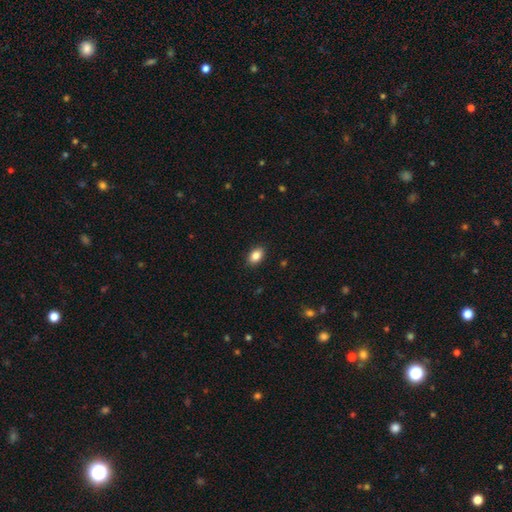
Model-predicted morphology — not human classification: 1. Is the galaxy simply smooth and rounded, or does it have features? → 86% smooth, 8% star or artifact, 6% featured or disk.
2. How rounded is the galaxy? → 87% in between, 12% round, 1% cigar-shaped.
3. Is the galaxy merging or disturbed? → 90% none, 8% minor disturbance, 2% major disturbance, 1% merger.